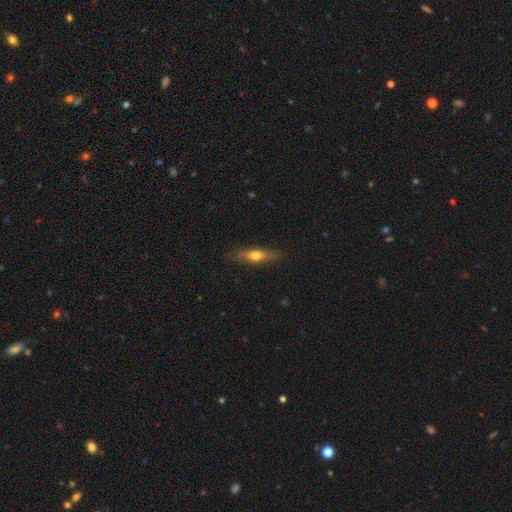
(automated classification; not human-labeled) A smooth galaxy with no disk features (49%).

Vote fractions:
- Smooth or featured? smooth: 49% / featured or disk: 45% / star or artifact: 6%
- Merging? none: 83% / minor disturbance: 13% / major disturbance: 3% / merger: 1%